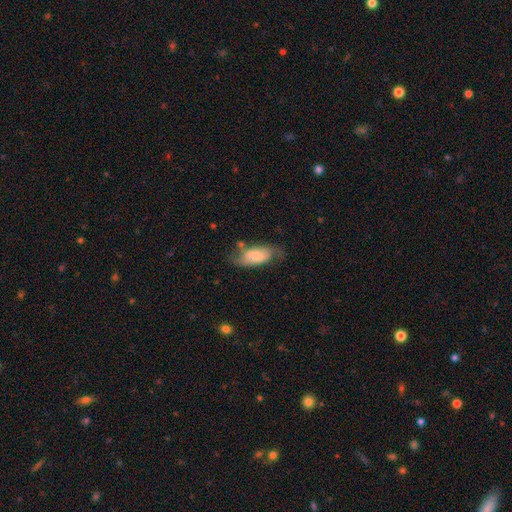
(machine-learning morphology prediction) Smooth or featured? smooth (58%)
How rounded? in between (86%)
Merging? none (52%)